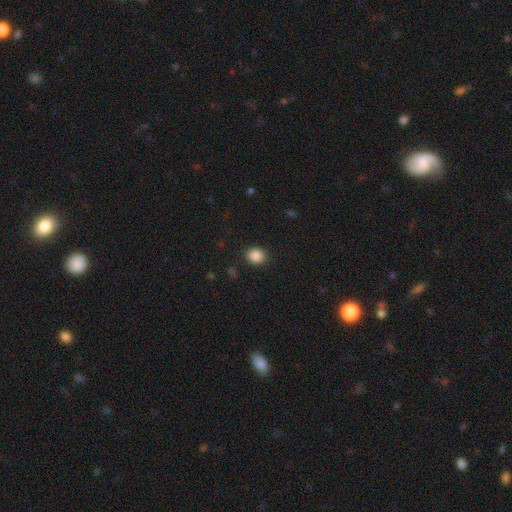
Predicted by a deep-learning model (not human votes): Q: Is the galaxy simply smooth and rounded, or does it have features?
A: smooth — 88%.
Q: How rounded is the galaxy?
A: round — 66%.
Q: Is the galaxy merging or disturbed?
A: none — 89%.